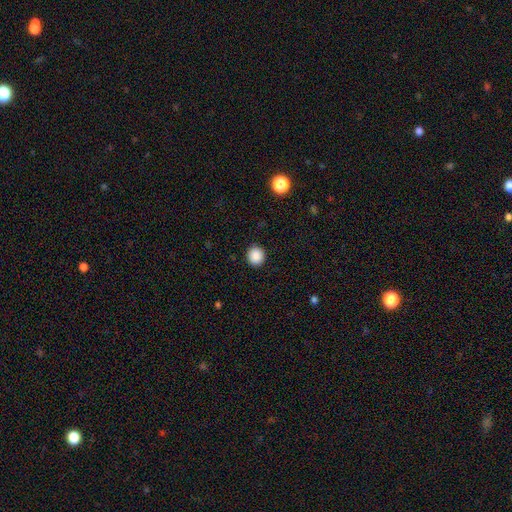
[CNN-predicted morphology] smooth-or-featured: smooth: 89% | star or artifact: 9% | featured or disk: 3%
  how-rounded: round: 91% | in between: 8% | cigar-shaped: 1%
  merging: none: 92% | minor disturbance: 5% | major disturbance: 2% | merger: 1%